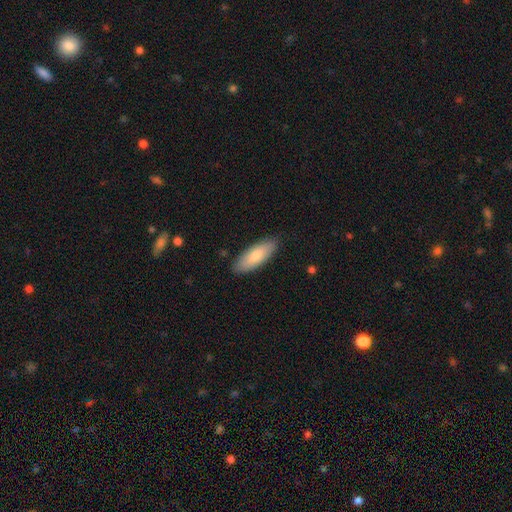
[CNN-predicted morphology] type=smooth (79%); roundness=in between (69%); merging=none (87%).